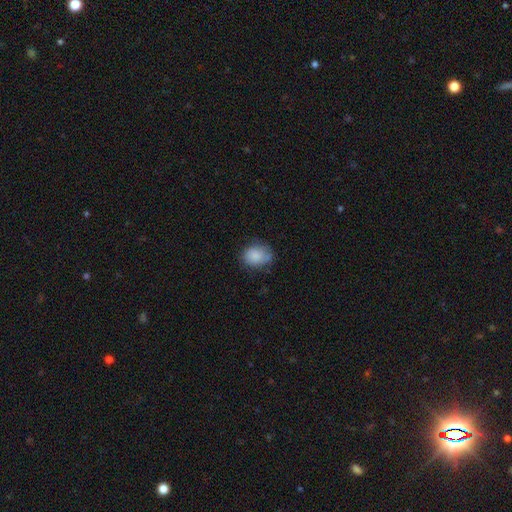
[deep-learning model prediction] This appears to be a smooth galaxy with no disk features (84%) that is in between round and cigar-shaped (52%). Merging: none (65%).